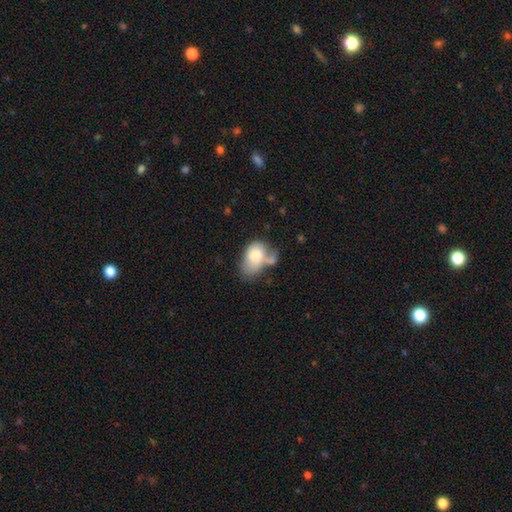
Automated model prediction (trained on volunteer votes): smooth 72%, featured or disk 21%, star or artifact 7%. Down the decision tree: how rounded — in between (87%); merging — merger (36%).